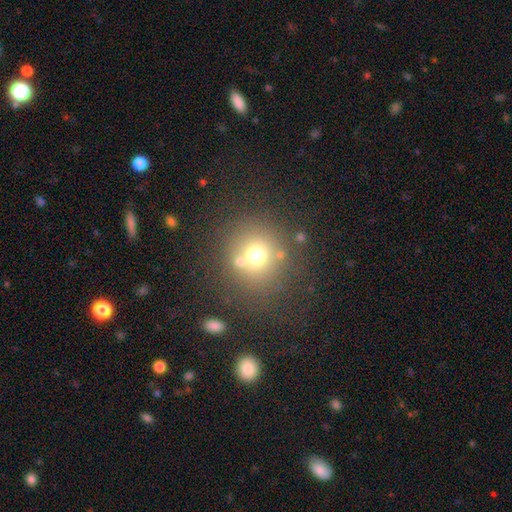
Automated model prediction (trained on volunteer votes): smooth-or-featured: smooth: 67% | star or artifact: 18% | featured or disk: 15%
  how-rounded: round: 86% | in between: 13% | cigar-shaped: 1%
  merging: none: 70% | merger: 14% | minor disturbance: 11% | major disturbance: 6%